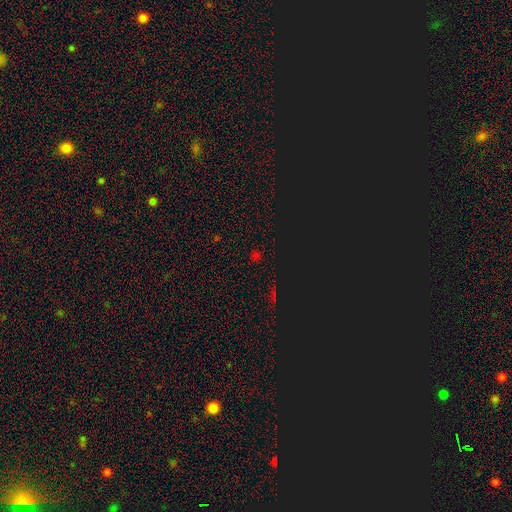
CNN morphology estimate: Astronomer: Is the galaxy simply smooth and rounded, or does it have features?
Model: star or artifact — 64%.